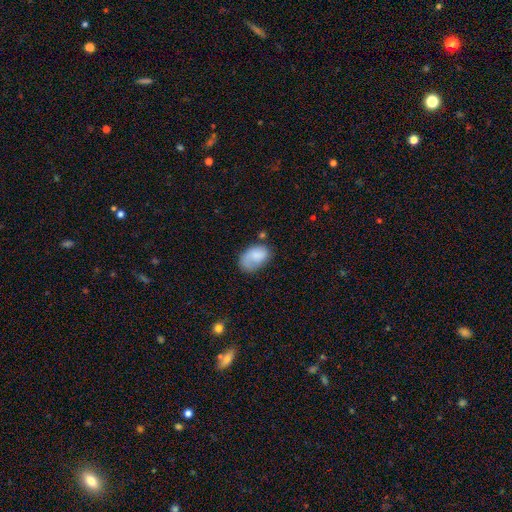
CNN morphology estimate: smooth_or_featured: smooth (p=0.76) [alt: featured or disk p=0.17]
how_rounded: in between (p=0.90) [alt: round p=0.09]
merging: none (p=0.51) [alt: minor disturbance p=0.28]